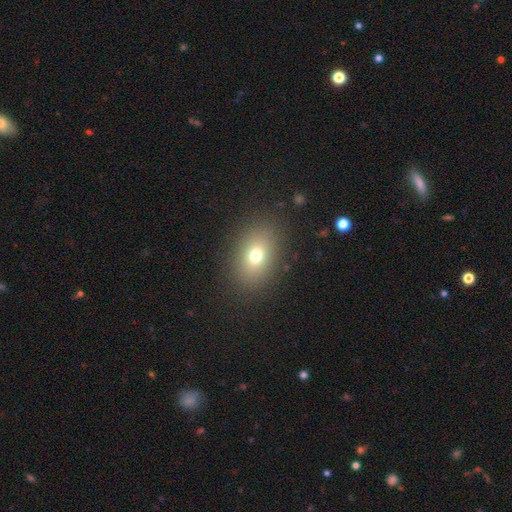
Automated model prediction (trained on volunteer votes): smooth-or-featured: smooth: 72% | star or artifact: 15% | featured or disk: 13%
  how-rounded: in between: 71% | round: 27% | cigar-shaped: 1%
  merging: none: 86% | minor disturbance: 8% | major disturbance: 4% | merger: 1%